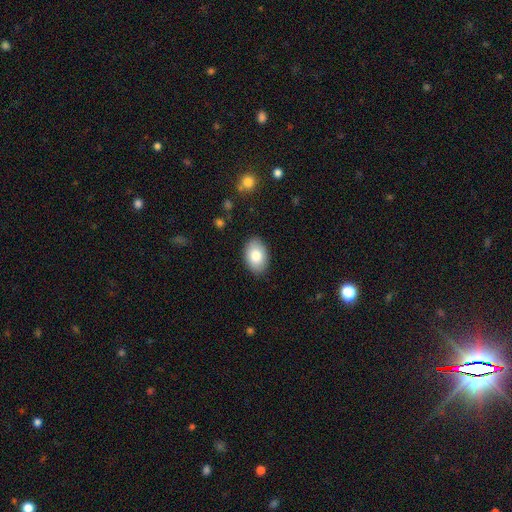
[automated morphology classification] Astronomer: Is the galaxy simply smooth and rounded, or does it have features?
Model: smooth — 82%.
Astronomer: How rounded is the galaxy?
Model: in between — 88%.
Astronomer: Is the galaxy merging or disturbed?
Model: none — 88%.